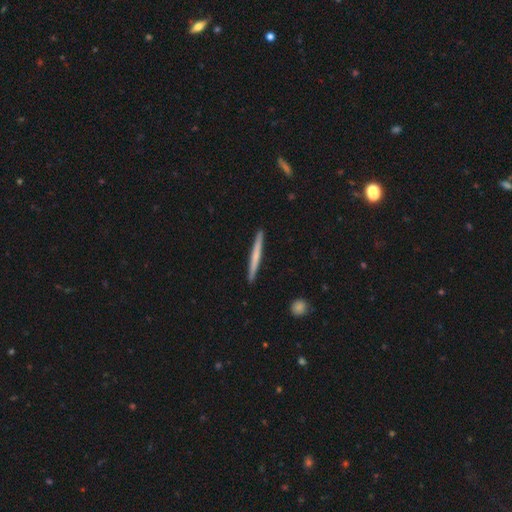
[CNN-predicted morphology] This appears to be a smooth galaxy with no disk features (54%) that is cigar-shaped (97%). Merging: none (92%).